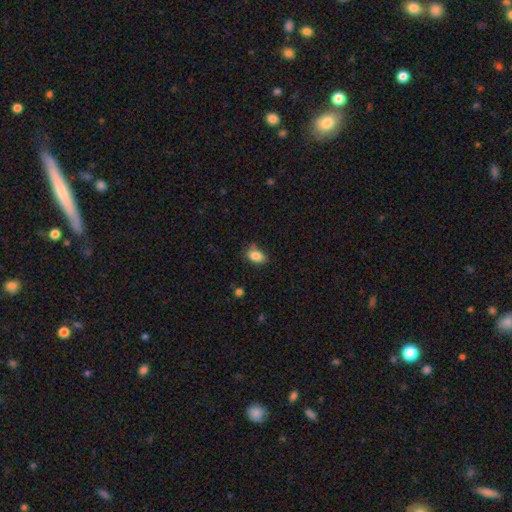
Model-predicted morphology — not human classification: smooth_or_featured: smooth (p=0.84) [alt: star or artifact p=0.09]
how_rounded: in between (p=0.86) [alt: round p=0.13]
merging: none (p=0.72) [alt: minor disturbance p=0.20]